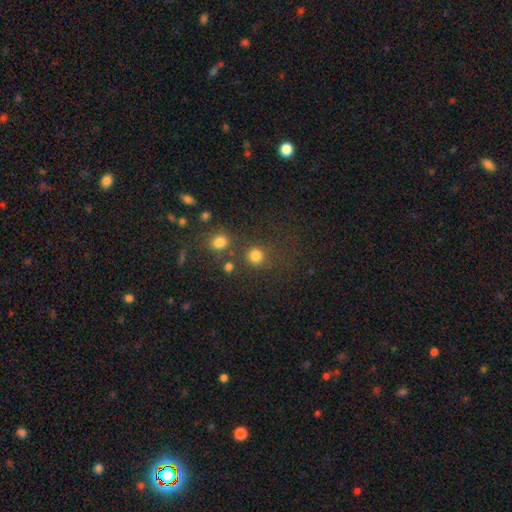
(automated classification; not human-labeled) Smooth or featured: smooth — 79% (star or artifact — 15%)
How rounded: round — 90% (in between — 9%)
Merging: none — 71% (merger — 15%)